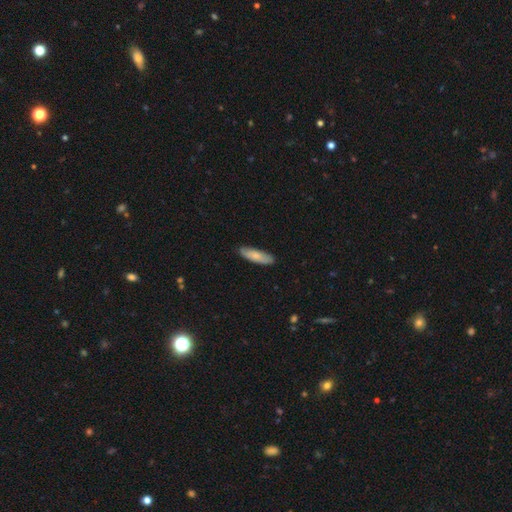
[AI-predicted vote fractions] smooth 74%, featured or disk 21%, star or artifact 5%. Down the decision tree: how rounded — cigar-shaped (52%); merging — none (84%).